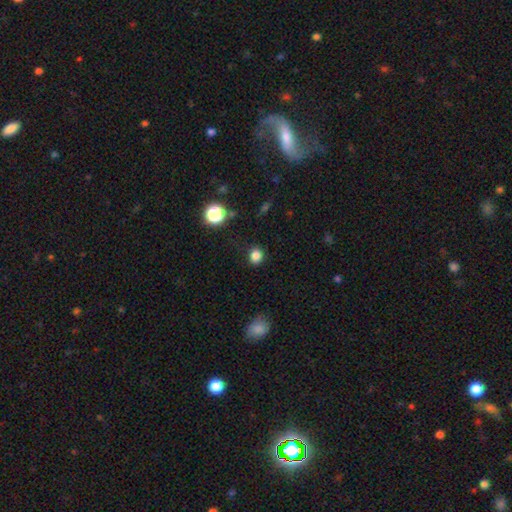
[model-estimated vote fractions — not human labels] Overall: smooth (83%). How rounded: round (78%). Merging: none (87%).